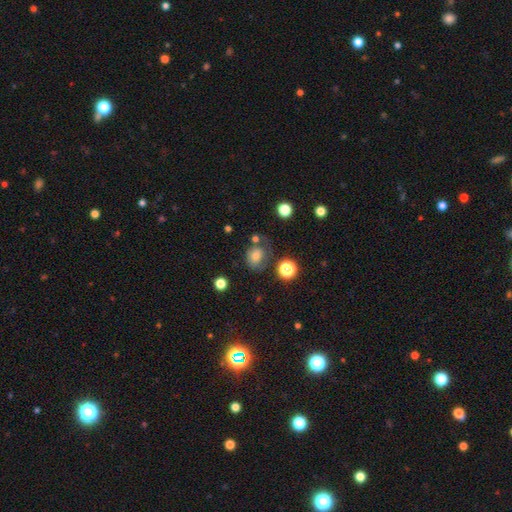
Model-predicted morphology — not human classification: This appears to be a smooth galaxy with no disk features (69%) that is round (53%). Merging: none (54%).